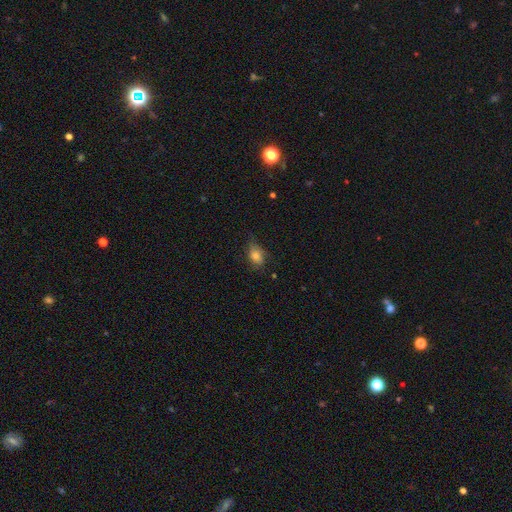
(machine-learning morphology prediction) Overall: smooth (78%). How rounded: in between (76%). Merging: none (61%; minor disturbance 30%).